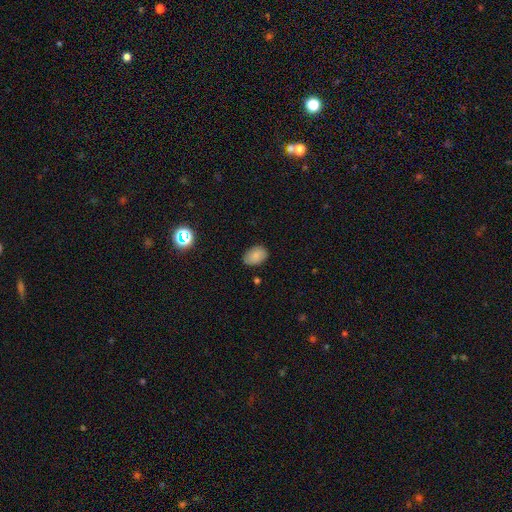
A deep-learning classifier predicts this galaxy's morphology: This is clearly a smooth galaxy (83%). How rounded: clearly in between (84%). Merging: clearly none (83%).